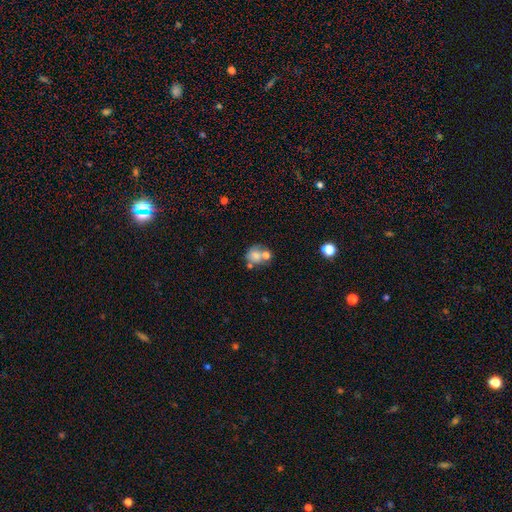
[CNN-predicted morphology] Smooth or featured?
  - smooth: 69% *
  - featured or disk: 19%
  - star or artifact: 12%
How rounded?
  - round: 68% *
  - in between: 31%
  - cigar-shaped: 1%
Merging?
  - merger: 40% *
  - none: 38%
  - minor disturbance: 13%
  - major disturbance: 9%